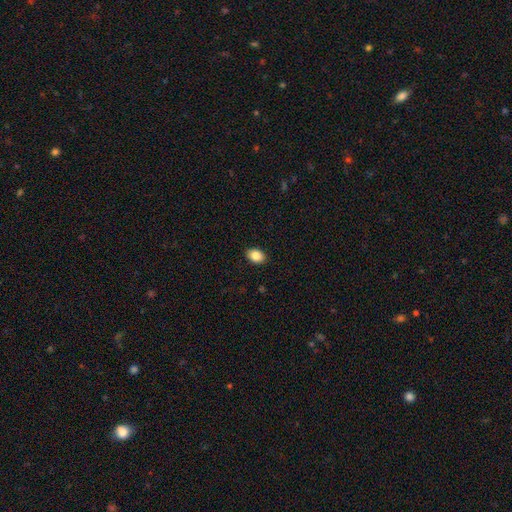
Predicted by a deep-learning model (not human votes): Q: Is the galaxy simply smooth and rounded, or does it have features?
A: smooth — 87%.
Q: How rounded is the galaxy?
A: in between — 75%.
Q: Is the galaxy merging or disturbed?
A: none — 90%.